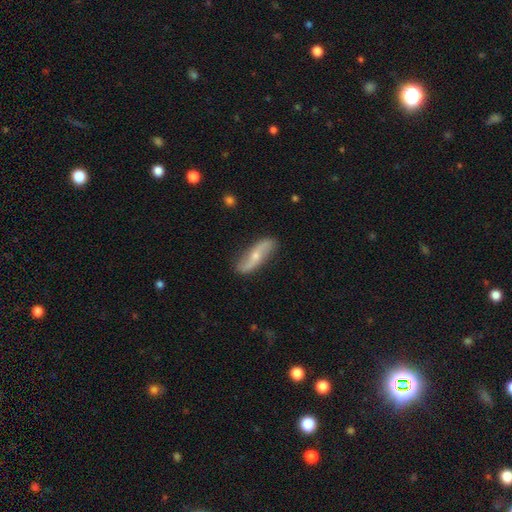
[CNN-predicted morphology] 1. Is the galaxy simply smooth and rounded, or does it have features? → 74% featured or disk, 21% smooth, 5% star or artifact.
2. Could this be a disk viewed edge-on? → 81% no, 19% yes.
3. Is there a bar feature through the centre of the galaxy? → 56% no, 27% weak, 17% strong.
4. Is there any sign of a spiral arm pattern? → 91% yes, 9% no.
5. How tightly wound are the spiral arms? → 86% loose, 10% medium, 5% tight.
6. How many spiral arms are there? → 92% 2, 3% can't tell, 2% 1, 1% 3, 1% 4, 1% more than 4.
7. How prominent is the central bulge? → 57% small, 37% moderate, 3% none, 2% large, 1% dominant.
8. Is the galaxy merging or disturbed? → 82% none, 14% minor disturbance, 3% major disturbance, 2% merger.